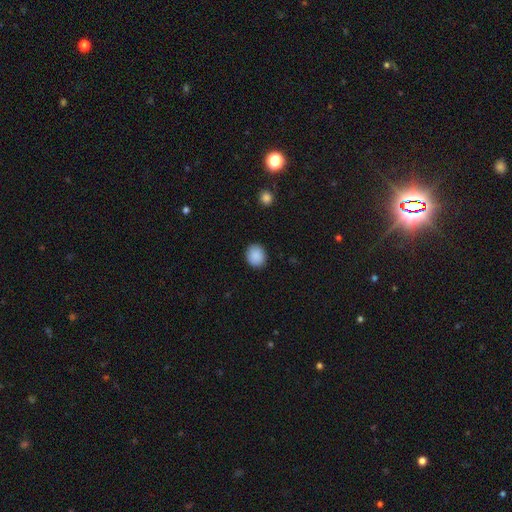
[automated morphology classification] This appears to be a smooth galaxy with no disk features (90%) that is round (76%). Merging: none (91%).